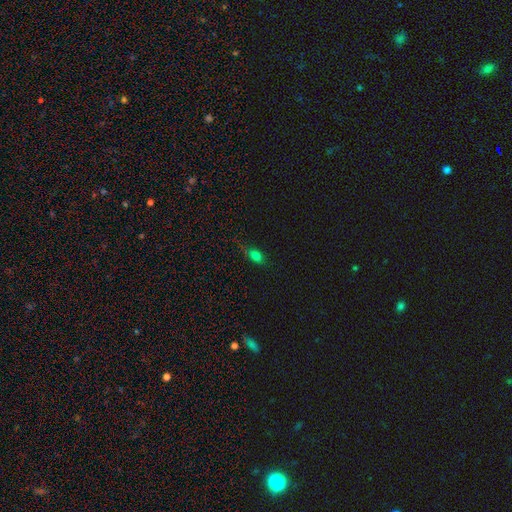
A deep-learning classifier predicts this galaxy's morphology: smooth 73%, star or artifact 18%, featured or disk 9%. Down the decision tree: how rounded — in between (77%); merging — none (61%).